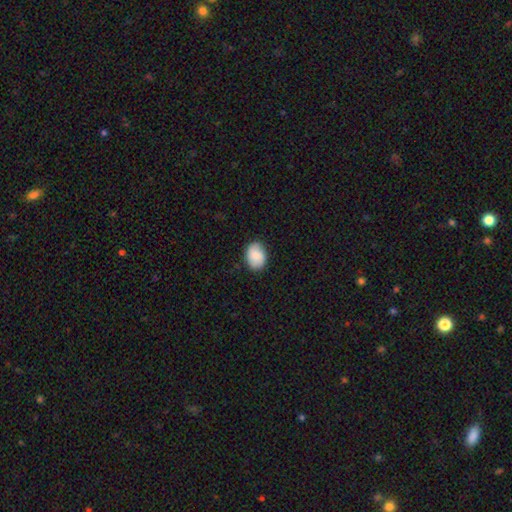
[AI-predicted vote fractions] Smooth or featured? smooth (81%)
How rounded? in between (71%)
Merging? none (84%)